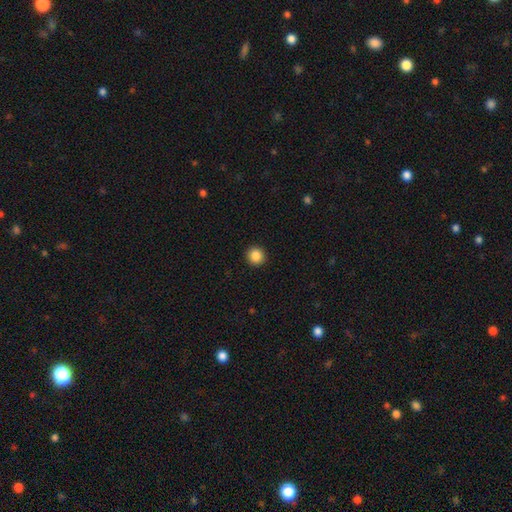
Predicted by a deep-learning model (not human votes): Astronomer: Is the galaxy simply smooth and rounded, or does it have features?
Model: smooth — 87%.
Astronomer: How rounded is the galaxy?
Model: round — 94%.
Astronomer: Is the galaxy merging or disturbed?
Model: none — 93%.